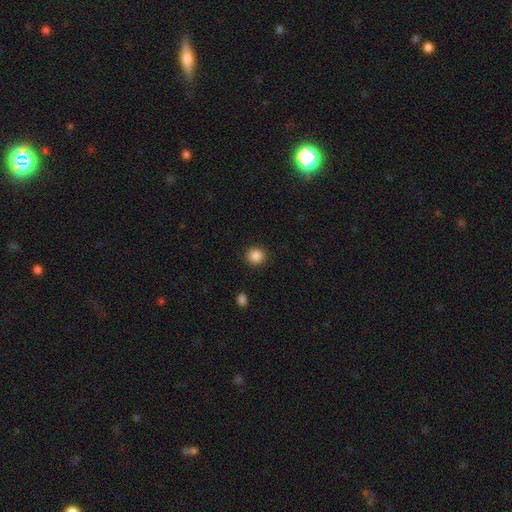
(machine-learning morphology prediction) A smooth galaxy with no disk features (87%) that is round (91%).

Vote fractions:
- Smooth or featured? smooth: 87% / star or artifact: 10% / featured or disk: 3%
- How rounded? round: 91% / in between: 8% / cigar-shaped: 1%
- Merging? none: 92% / minor disturbance: 5% / major disturbance: 2% / merger: 1%